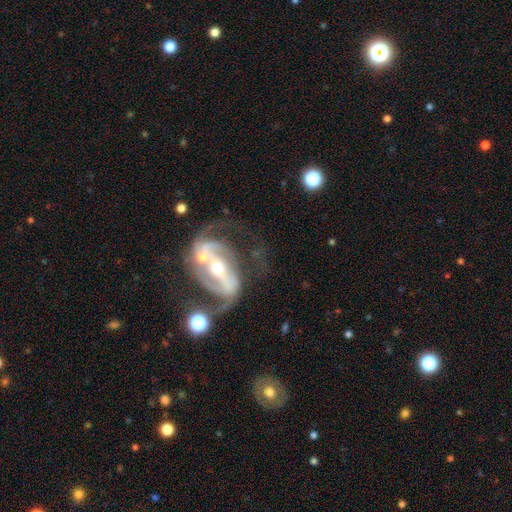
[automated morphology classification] This appears to be a featured or disk galaxy (86%) with a strong bar (52%), 2 (81%) medium (48%) spiral arms (92%) and a moderate central bulge (51%). Merging: none (40%).